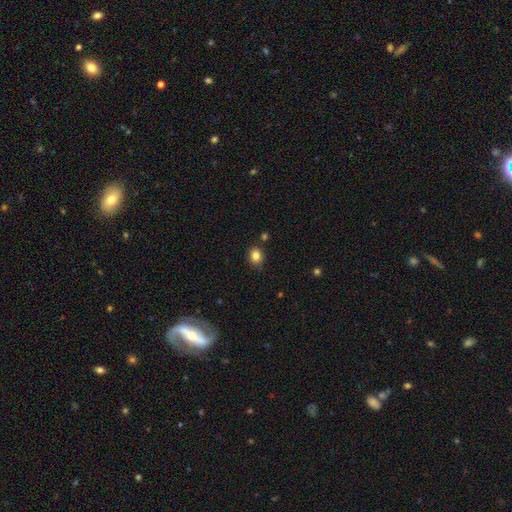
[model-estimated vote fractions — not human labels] A smooth galaxy with no disk features (84%) that is round (57%). Merging: none (80%).